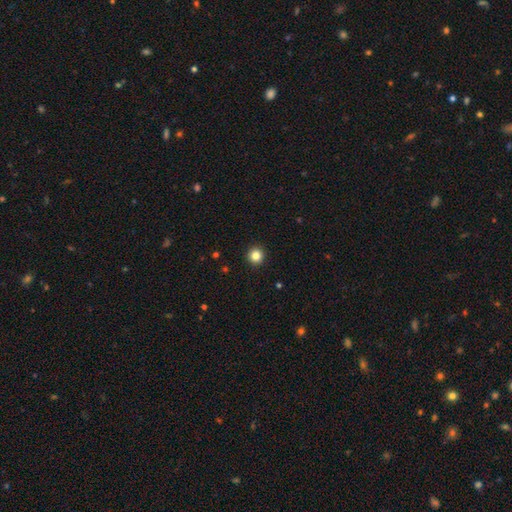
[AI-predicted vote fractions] Q: Smooth or featured?
A: smooth (84%); runner-up: star or artifact (12%)
Q: How rounded?
A: round (96%); runner-up: in between (3%)
Q: Merging?
A: none (94%); runner-up: minor disturbance (4%)